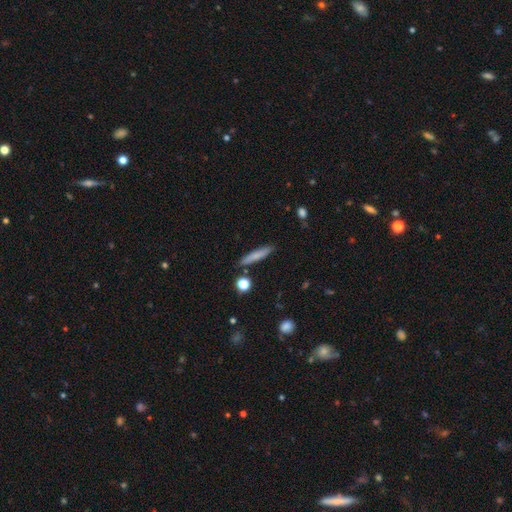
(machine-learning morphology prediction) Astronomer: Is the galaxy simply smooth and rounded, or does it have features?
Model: smooth — 75%.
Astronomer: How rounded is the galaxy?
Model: cigar-shaped — 90%.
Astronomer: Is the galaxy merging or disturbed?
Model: none — 87%.